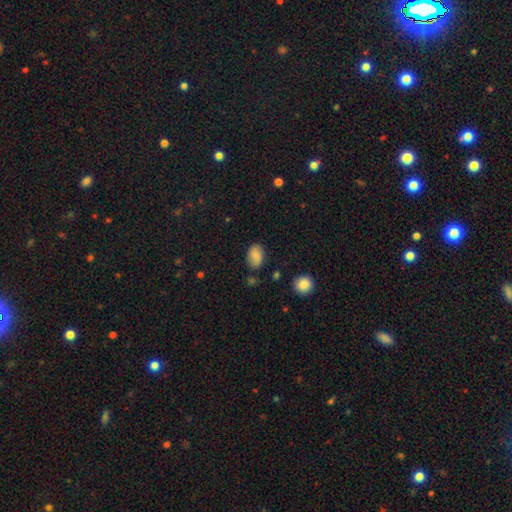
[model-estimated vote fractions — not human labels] This is likely a smooth galaxy (77%). How rounded: clearly in between (84%). Merging: likely none (80%).